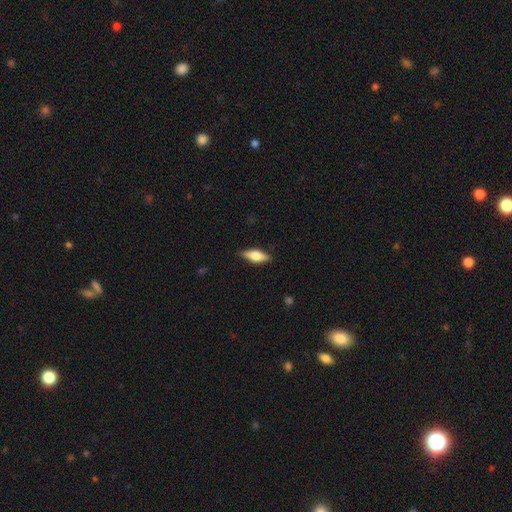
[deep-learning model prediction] Smooth or featured: smooth — 58% (featured or disk — 36%)
How rounded: in between — 62% (cigar-shaped — 35%)
Merging: none — 85% (minor disturbance — 11%)